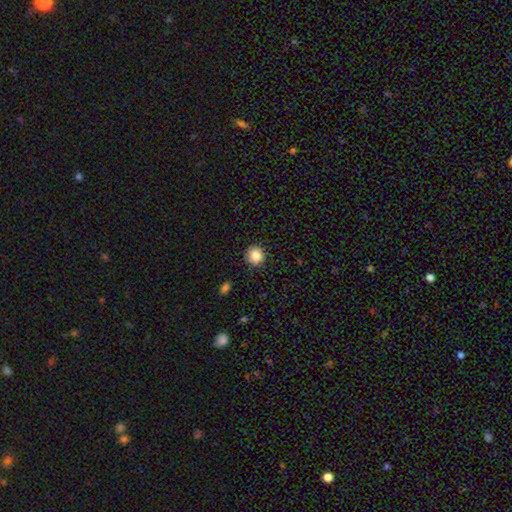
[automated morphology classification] Smooth or featured: smooth — 87% (star or artifact — 10%)
How rounded: round — 88% (in between — 11%)
Merging: none — 89% (minor disturbance — 7%)